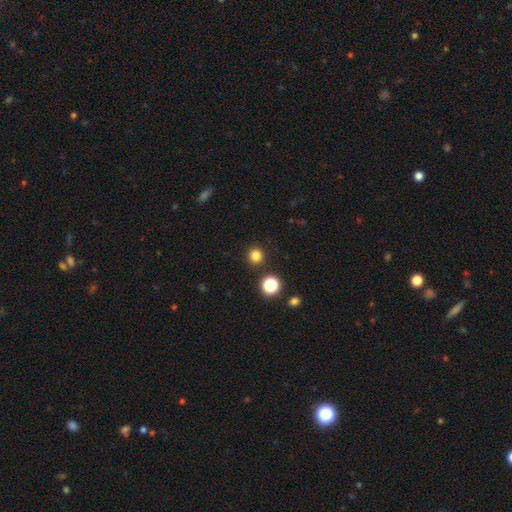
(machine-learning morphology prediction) Smooth or featured: smooth — 82% (star or artifact — 14%)
How rounded: round — 92% (in between — 7%)
Merging: none — 90% (minor disturbance — 5%)